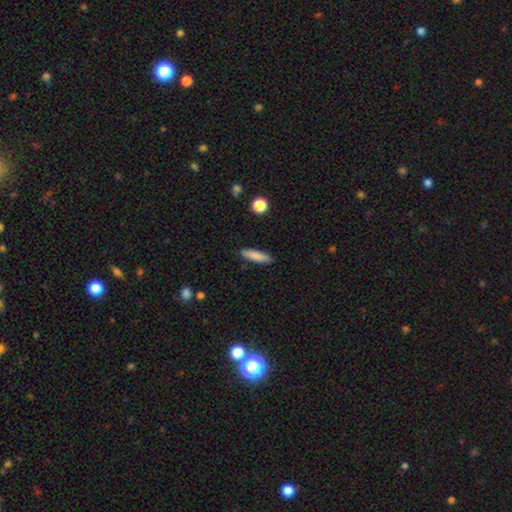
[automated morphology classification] The model was most divided on "how rounded": cigar-shaped: 71%, in between: 27%, round: 2%. More confident: merging — none (89%); smooth or featured — smooth (84%).